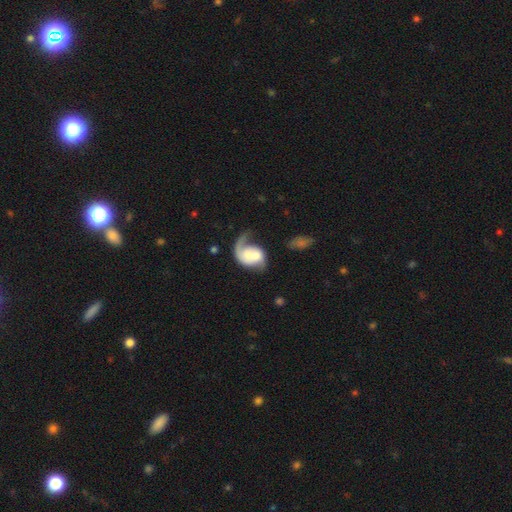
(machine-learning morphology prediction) smooth_or_featured: featured or disk (p=0.68) [alt: smooth p=0.26]
disk_edge_on: no (p=0.98) [alt: yes p=0.02]
bar: no (p=0.71) [alt: weak p=0.24]
has_spiral_arms: yes (p=0.85) [alt: no p=0.15]
spiral_winding: loose (p=0.50) [alt: medium p=0.31]
spiral_arm_count: 1 (p=0.66) [alt: 2 p=0.27]
bulge_size: moderate (p=0.37) [alt: small p=0.35]
merging: merger (p=0.34) [alt: major disturbance p=0.28]